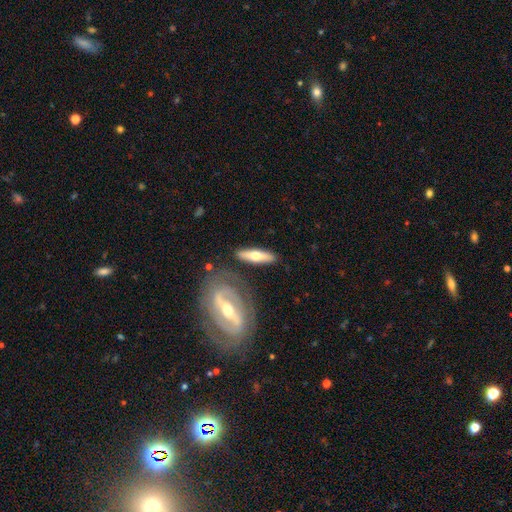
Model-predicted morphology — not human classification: Overall: featured or disk (55%; smooth 40%). Edge-on disk: yes (79%). Merging: none (79%).